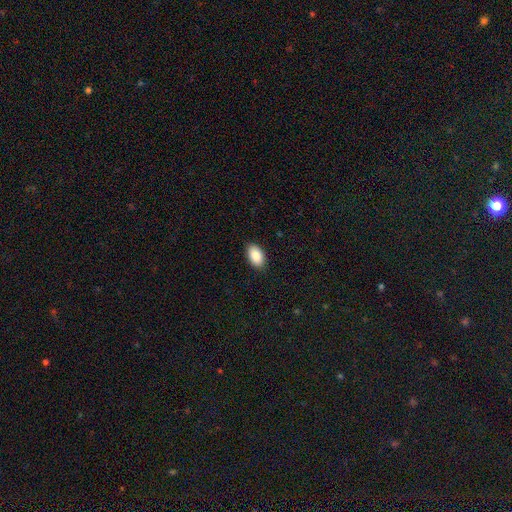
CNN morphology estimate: smooth_or_featured: smooth (p=0.88) [alt: star or artifact p=0.07]
how_rounded: in between (p=0.94) [alt: round p=0.05]
merging: none (p=0.89) [alt: minor disturbance p=0.08]